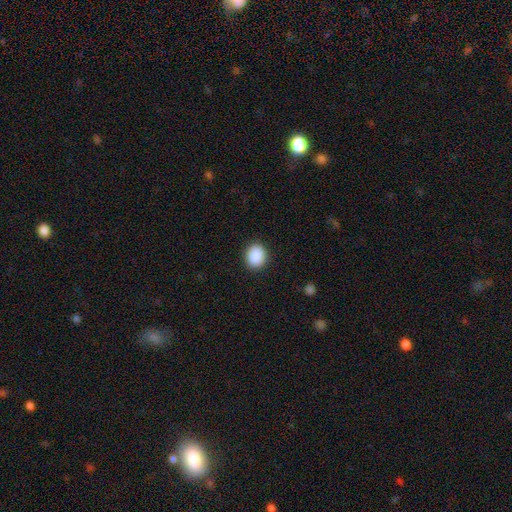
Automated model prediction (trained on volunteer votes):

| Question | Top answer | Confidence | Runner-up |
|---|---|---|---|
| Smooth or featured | smooth | 90% | star or artifact (8%) |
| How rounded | round | 58% | in between (41%) |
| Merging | none | 90% | minor disturbance (7%) |